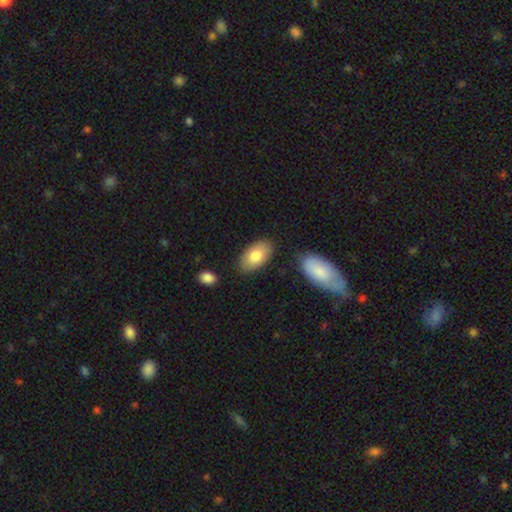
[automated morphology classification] smooth_or_featured: smooth (p=0.81) [alt: featured or disk p=0.14]
how_rounded: in between (p=0.95) [alt: round p=0.03]
merging: none (p=0.79) [alt: minor disturbance p=0.13]